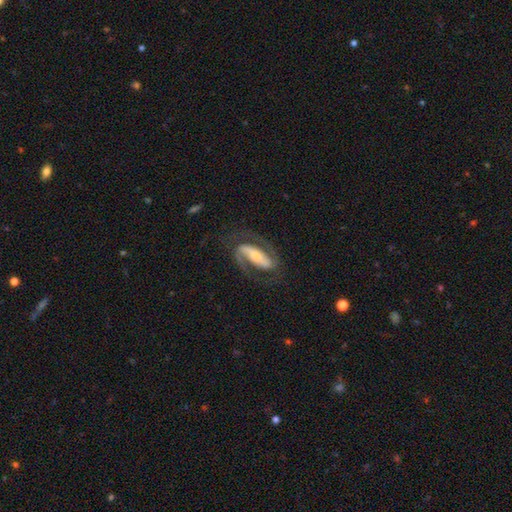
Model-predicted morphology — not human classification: Smooth or featured?
  - featured or disk: 86% *
  - smooth: 9%
  - star or artifact: 5%
Edge-on disk?
  - no: 92% *
  - yes: 8%
Bar?
  - strong: 57% *
  - weak: 25%
  - no: 19%
Spiral arms?
  - yes: 95% *
  - no: 5%
Spiral winding?
  - medium: 51% *
  - tight: 27%
  - loose: 22%
Spiral arm count?
  - 2: 88% *
  - 1: 5%
  - can't tell: 4%
  - 3: 1%
  - 4: 1%
  - more than 4: 1%
Bulge size?
  - moderate: 46% *
  - small: 43%
  - large: 7%
  - none: 2%
  - dominant: 2%
Merging?
  - none: 74% *
  - minor disturbance: 14%
  - major disturbance: 11%
  - merger: 1%